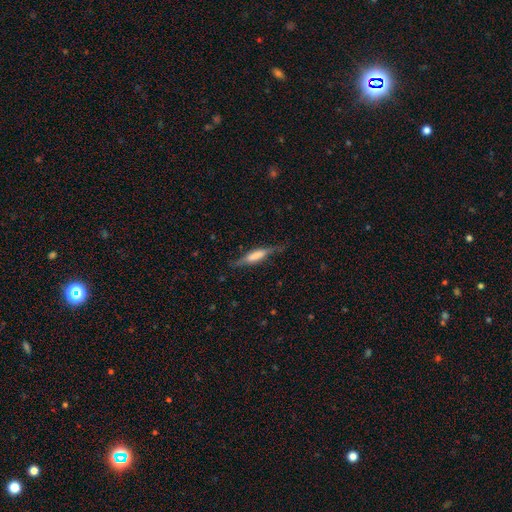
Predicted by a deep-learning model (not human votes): Smooth or featured?
  - featured or disk: 51% *
  - smooth: 42%
  - star or artifact: 7%
Edge-on disk?
  - yes: 90% *
  - no: 10%
Merging?
  - none: 73% *
  - minor disturbance: 19%
  - major disturbance: 7%
  - merger: 2%